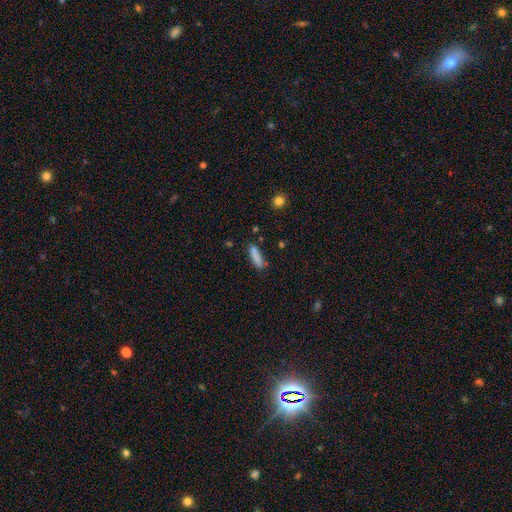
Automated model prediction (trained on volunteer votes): smooth_or_featured: smooth (p=0.84) [alt: star or artifact p=0.08]
how_rounded: cigar-shaped (p=0.71) [alt: in between p=0.27]
merging: none (p=0.77) [alt: minor disturbance p=0.16]